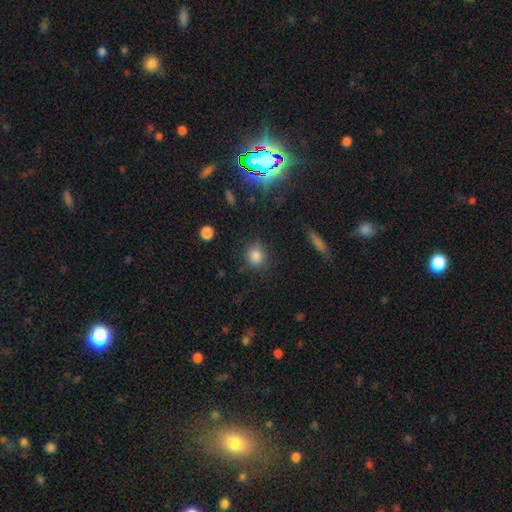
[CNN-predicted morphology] type=smooth (84%); roundness=round (80%); merging=none (82%).